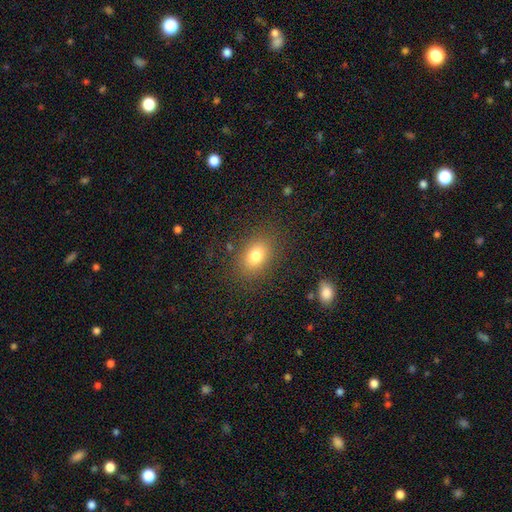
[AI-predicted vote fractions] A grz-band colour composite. It shows a smooth galaxy with no disk features (79%) that is in between round and cigar-shaped (74%). Merging: none (83%).